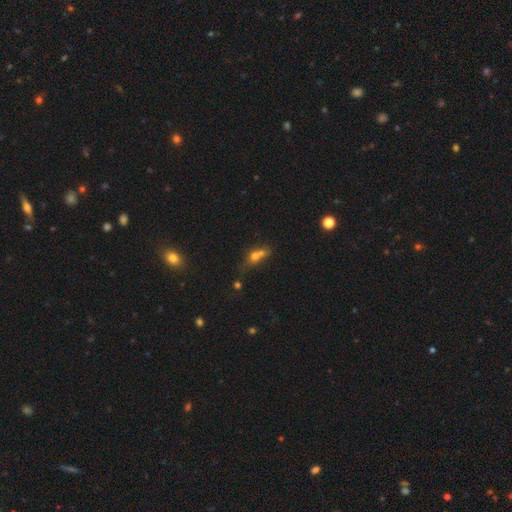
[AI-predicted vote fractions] Morphology: type=smooth (63%); roundness=round (52%); merging=merger (57%).